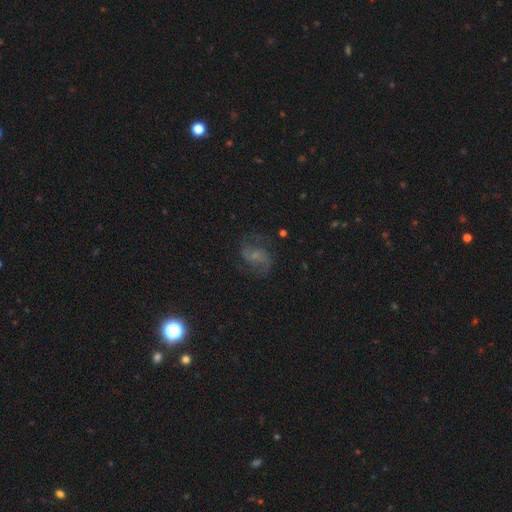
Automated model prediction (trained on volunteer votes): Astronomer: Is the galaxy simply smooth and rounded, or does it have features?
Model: featured or disk — 68%.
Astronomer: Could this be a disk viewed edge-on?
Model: no — 97%.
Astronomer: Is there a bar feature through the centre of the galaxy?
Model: no — 45% (runner-up: weak, 44%).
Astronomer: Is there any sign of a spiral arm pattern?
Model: yes — 91%.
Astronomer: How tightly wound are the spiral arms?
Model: medium — 46% (runner-up: loose, 42%).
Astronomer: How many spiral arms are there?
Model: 2 — 86%.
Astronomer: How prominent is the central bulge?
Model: small — 50% (runner-up: none, 26%).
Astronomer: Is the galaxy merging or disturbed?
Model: none — 69%.